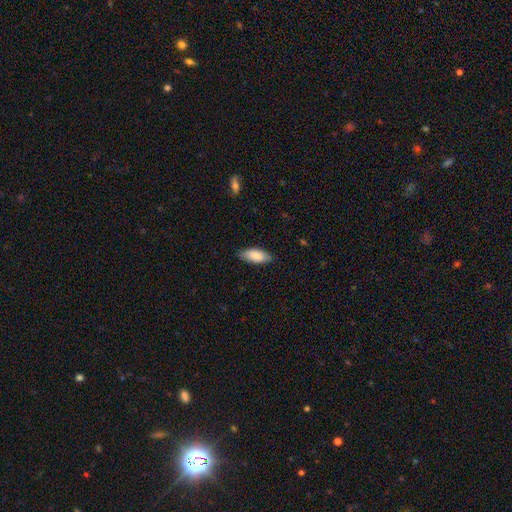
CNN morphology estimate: smooth-or-featured: smooth: 86% | featured or disk: 9% | star or artifact: 6%
  how-rounded: in between: 82% | cigar-shaped: 16% | round: 2%
  merging: none: 84% | minor disturbance: 13% | major disturbance: 2% | merger: 1%